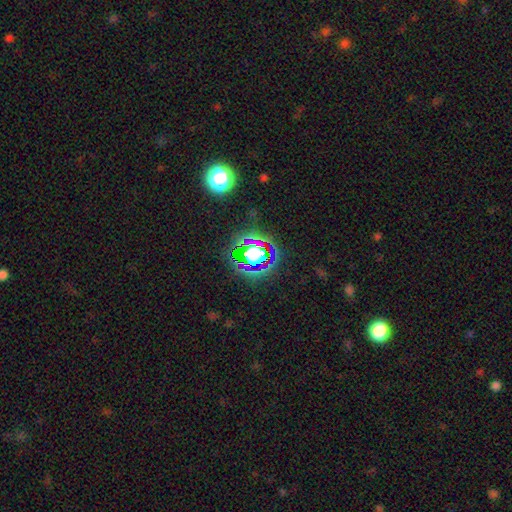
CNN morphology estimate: Smooth or featured? Predicted: star or artifact (p=0.54).